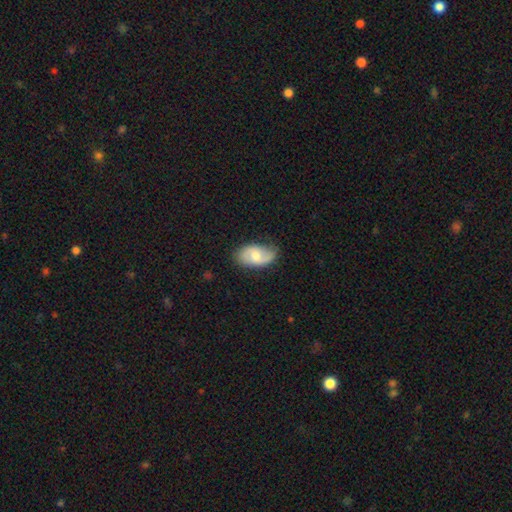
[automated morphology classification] Smooth or featured? smooth (50%)
How rounded? in between (92%)
Merging? none (74%)